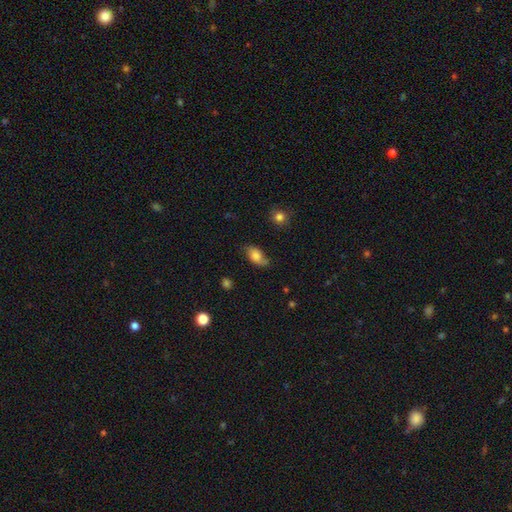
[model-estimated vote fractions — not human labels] smooth 72%, featured or disk 20%, star or artifact 8%. Down the decision tree: how rounded — in between (90%); merging — none (61%).